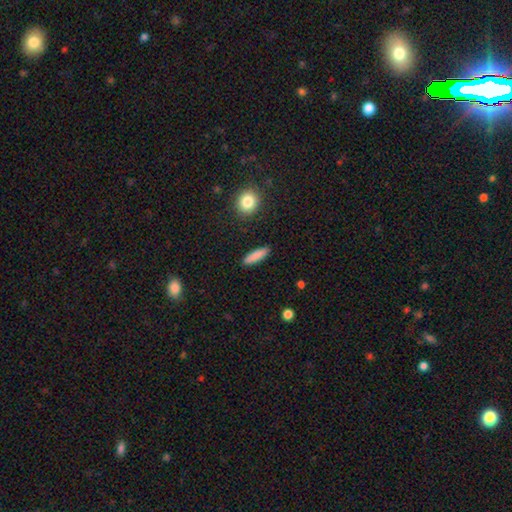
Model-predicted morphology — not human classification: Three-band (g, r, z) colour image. It shows a smooth galaxy with no disk features (86%) that is cigar-shaped (70%). Merging: none (90%).